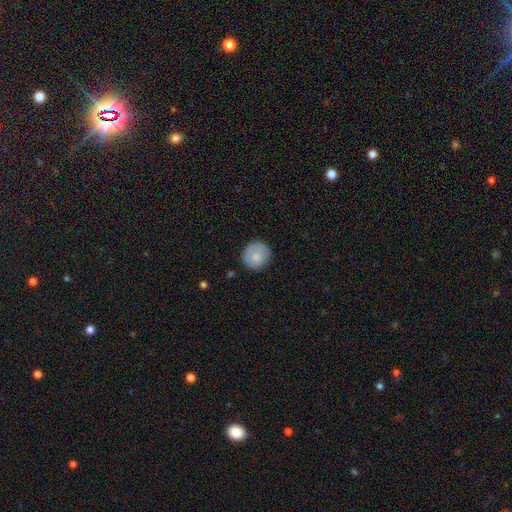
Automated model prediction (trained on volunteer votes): Smooth or featured?
  - smooth: 80% *
  - featured or disk: 13%
  - star or artifact: 7%
How rounded?
  - round: 90% *
  - in between: 9%
  - cigar-shaped: 1%
Merging?
  - none: 85% *
  - minor disturbance: 11%
  - major disturbance: 3%
  - merger: 1%